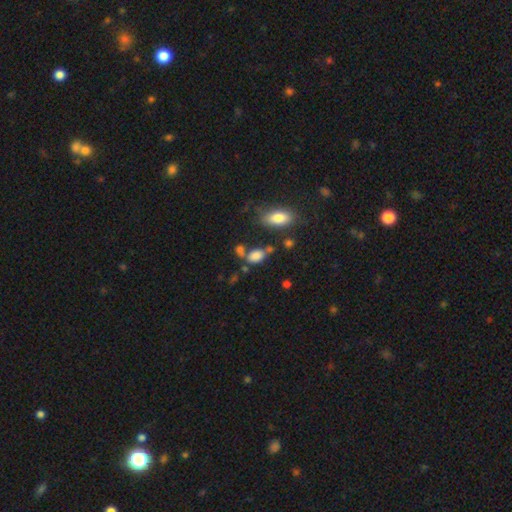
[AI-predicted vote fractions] smooth 80%, star or artifact 12%, featured or disk 8%. Down the decision tree: how rounded — in between (83%); merging — none (48%).